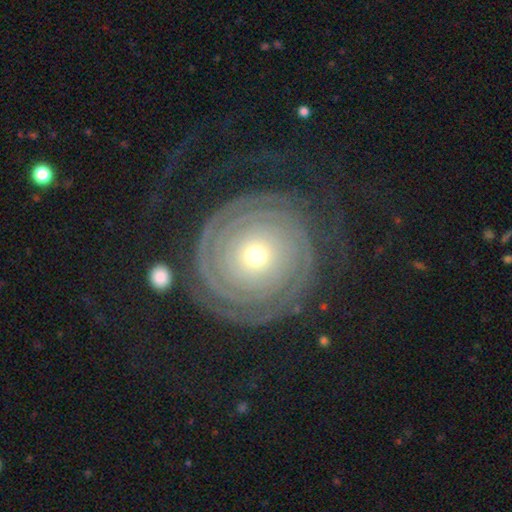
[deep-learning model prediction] This is clearly a featured or disk galaxy (87%). It is clearly not viewed edge-on (97%). Bar: clearly no (85%). Spiral arm pattern: clearly yes (96%). Spiral arm count: marginally 2 (44%). Spiral winding: clearly tight (90%). Central bulge: possibly small (56%). Merging: likely none (78%).